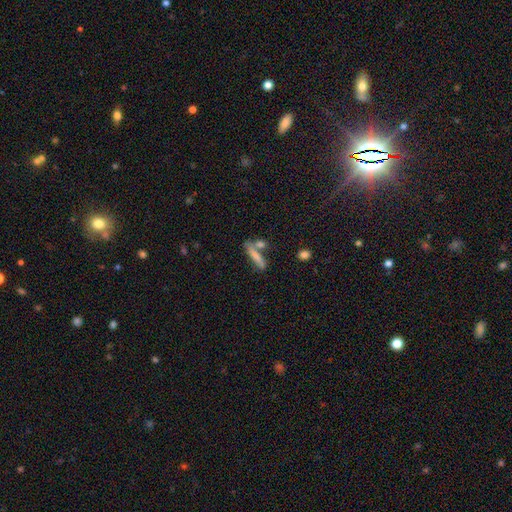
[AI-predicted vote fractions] Smooth or featured? smooth (70%)
How rounded? cigar-shaped (82%)
Merging? none (55%)